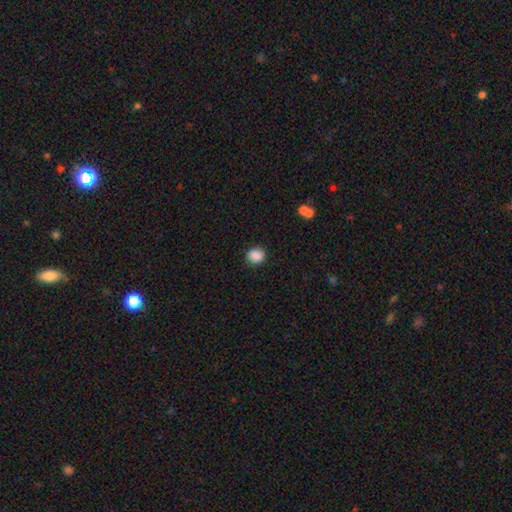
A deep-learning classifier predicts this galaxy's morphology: A smooth galaxy with no disk features (89%) that is round (81%). Merging: none (89%).